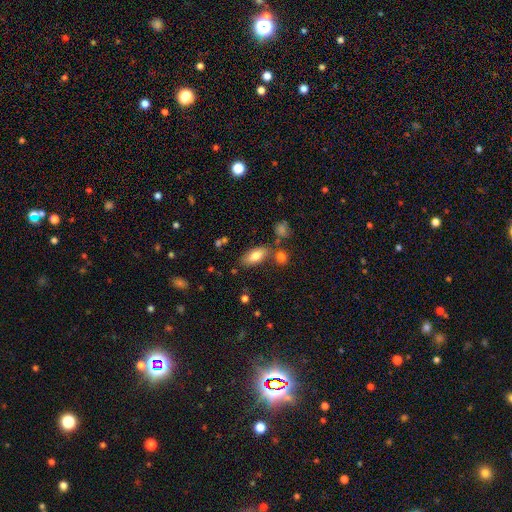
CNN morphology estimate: Overall: smooth (79%). How rounded: in between (87%). Merging: none (73%).